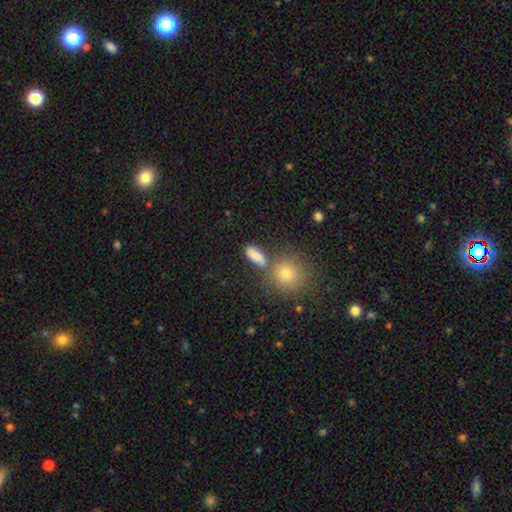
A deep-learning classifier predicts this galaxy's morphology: smooth_or_featured: smooth (p=0.80) [alt: star or artifact p=0.12]
how_rounded: in between (p=0.55) [alt: cigar-shaped p=0.27]
merging: none (p=0.63) [alt: merger p=0.18]